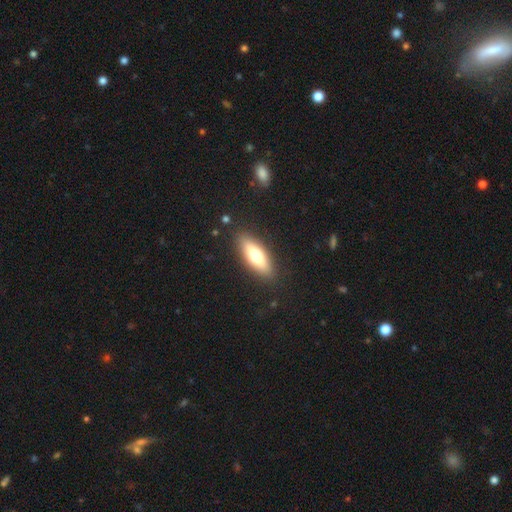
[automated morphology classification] A smooth galaxy with no disk features (64%) that is in between round and cigar-shaped (57%). Merging: none (87%).